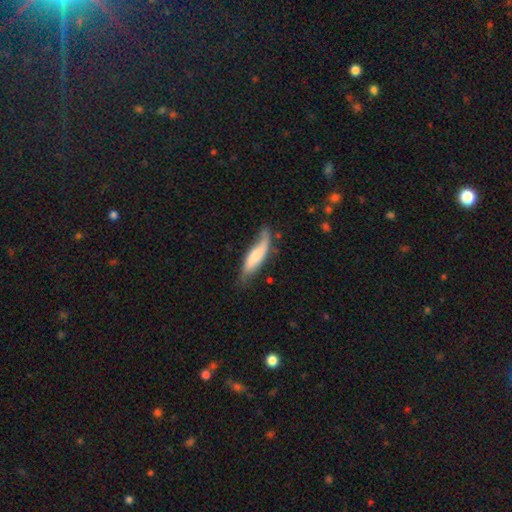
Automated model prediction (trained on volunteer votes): smooth 62%, featured or disk 32%, star or artifact 6%. Down the decision tree: how rounded — cigar-shaped (66%); merging — none (48%).